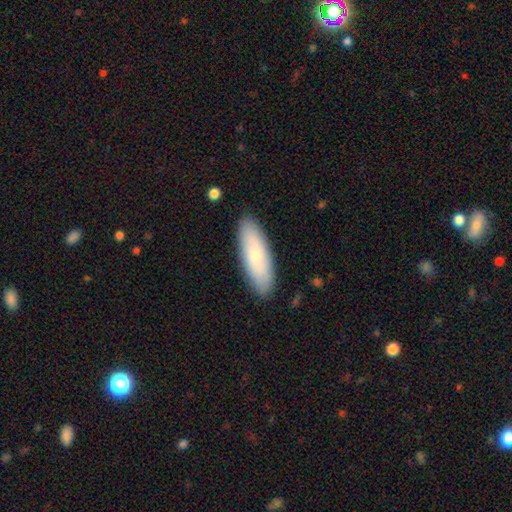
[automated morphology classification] type=smooth (70%); roundness=in between (61%); merging=none (88%).